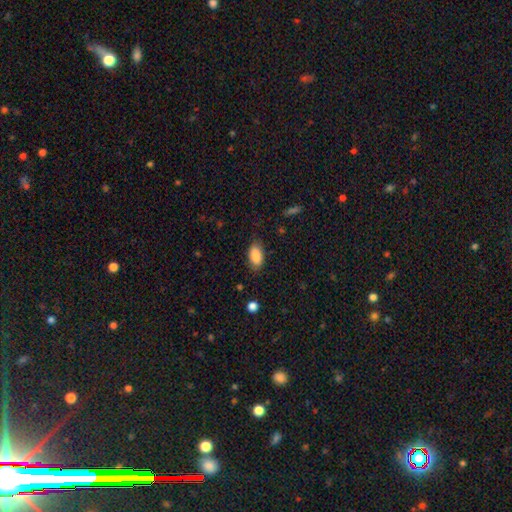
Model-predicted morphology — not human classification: Smooth or featured?
  - smooth: 87% *
  - star or artifact: 7%
  - featured or disk: 6%
How rounded?
  - in between: 92% *
  - cigar-shaped: 5%
  - round: 4%
Merging?
  - none: 80% *
  - minor disturbance: 15%
  - major disturbance: 4%
  - merger: 1%